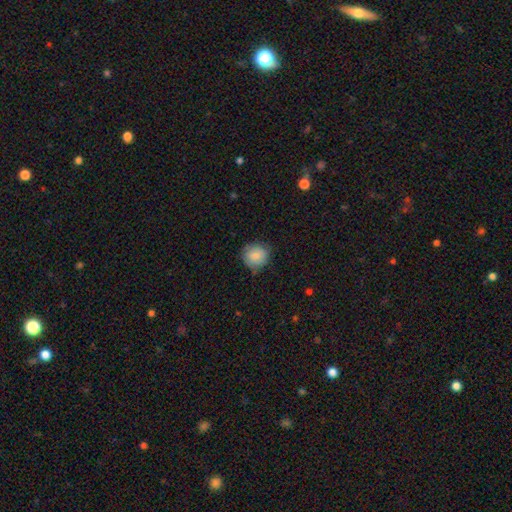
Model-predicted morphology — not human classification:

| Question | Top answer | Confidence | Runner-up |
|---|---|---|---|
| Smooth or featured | smooth | 83% | featured or disk (9%) |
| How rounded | round | 87% | in between (12%) |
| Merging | none | 75% | minor disturbance (20%) |